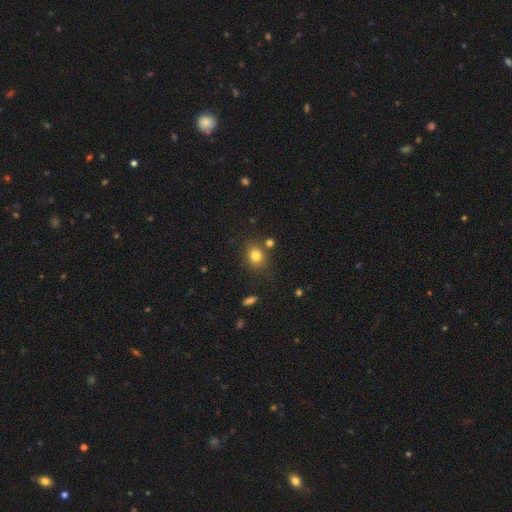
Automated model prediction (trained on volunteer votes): smooth 80%, star or artifact 12%, featured or disk 8%. Down the decision tree: how rounded — round (61%); merging — none (77%).